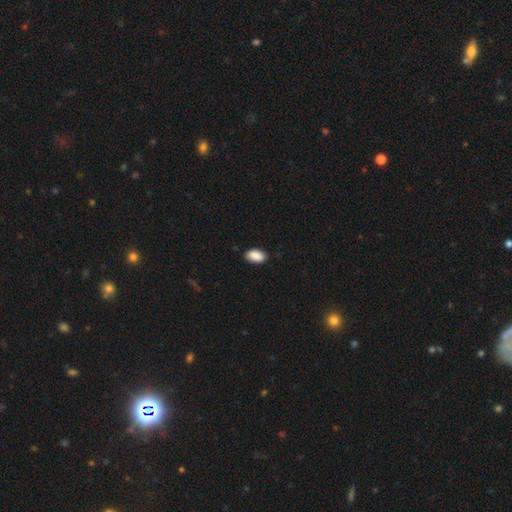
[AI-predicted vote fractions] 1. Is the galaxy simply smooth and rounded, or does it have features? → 89% smooth, 7% star or artifact, 4% featured or disk.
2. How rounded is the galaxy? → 94% in between, 4% round, 2% cigar-shaped.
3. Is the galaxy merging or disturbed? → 88% none, 10% minor disturbance, 2% major disturbance, 1% merger.